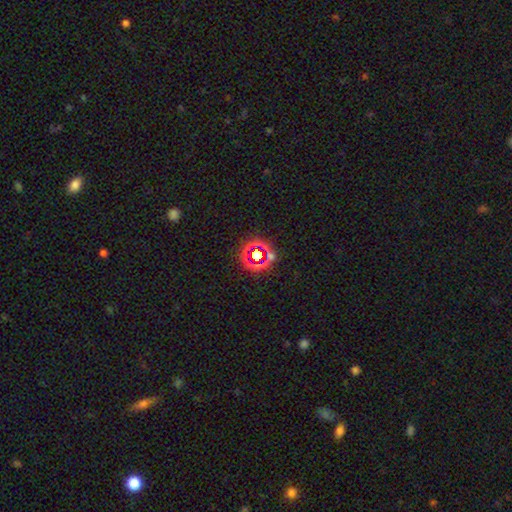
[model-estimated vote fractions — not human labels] This appears to be a star or artifact, not a galaxy (64%).